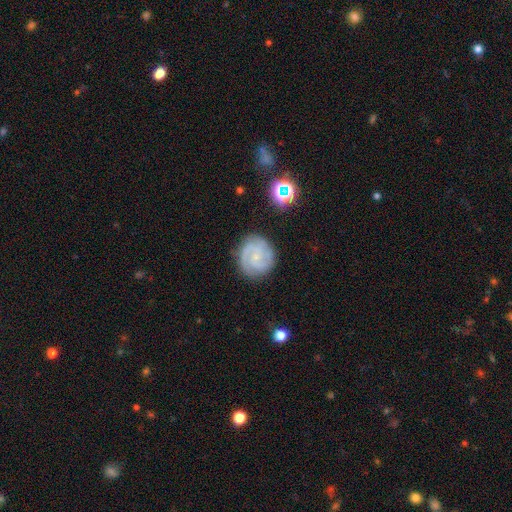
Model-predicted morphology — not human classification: smooth_or_featured: featured or disk (p=0.82) [alt: smooth p=0.11]
disk_edge_on: no (p=0.98) [alt: yes p=0.02]
bar: no (p=0.66) [alt: weak p=0.29]
has_spiral_arms: yes (p=0.97) [alt: no p=0.03]
spiral_winding: tight (p=0.61) [alt: medium p=0.33]
spiral_arm_count: 3 (p=0.37) [alt: 2 p=0.34]
bulge_size: small (p=0.74) [alt: none p=0.12]
merging: none (p=0.80) [alt: minor disturbance p=0.14]